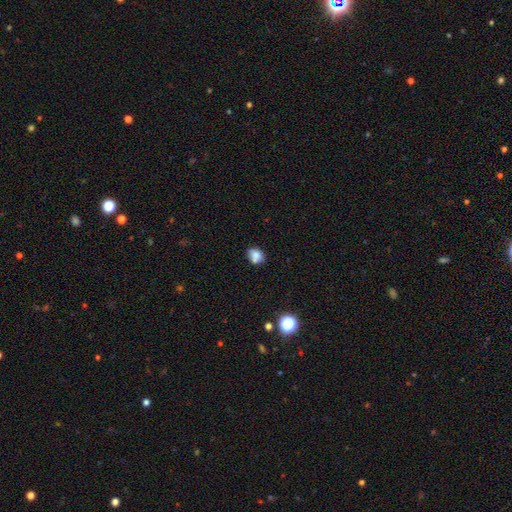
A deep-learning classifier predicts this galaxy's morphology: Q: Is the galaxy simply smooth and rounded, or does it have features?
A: smooth — 78%.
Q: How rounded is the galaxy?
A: in between — 50%.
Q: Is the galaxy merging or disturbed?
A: none — 56%.